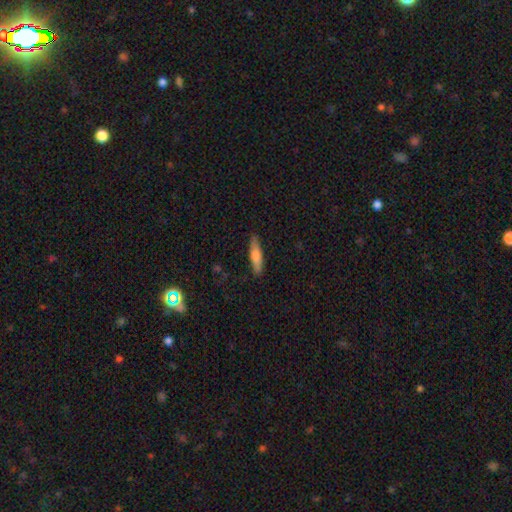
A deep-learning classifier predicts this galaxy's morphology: This appears to be a smooth galaxy with no disk features (71%) that is cigar-shaped (77%). Merging: none (87%).